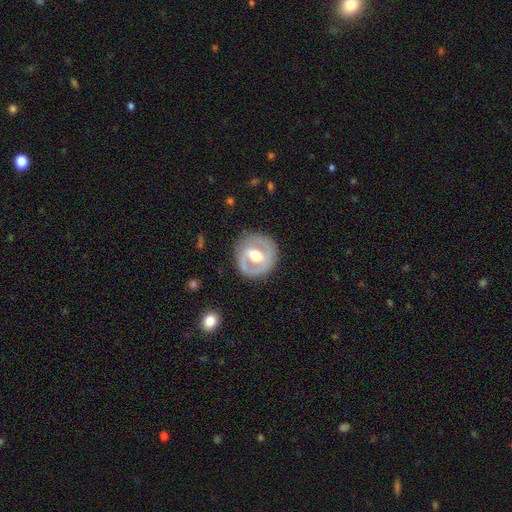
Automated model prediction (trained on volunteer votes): This is likely a featured or disk galaxy (73%). It is clearly not viewed edge-on (97%). Bar: marginally weak (45%). Spiral arm pattern: likely yes (63%). Central bulge: likely moderate (70%). Merging: clearly none (82%).